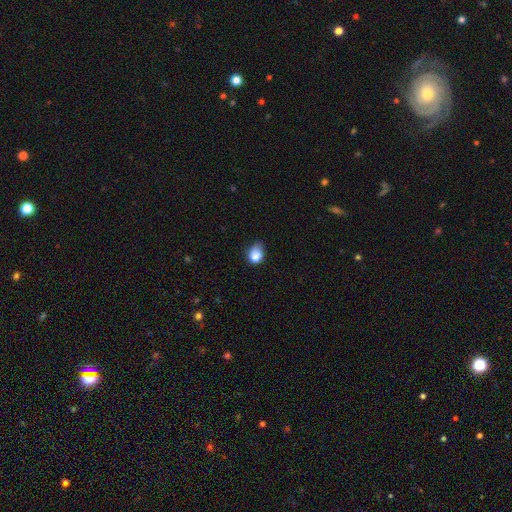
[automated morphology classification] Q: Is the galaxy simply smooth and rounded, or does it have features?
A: smooth — 84%.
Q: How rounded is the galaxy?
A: in between — 51%.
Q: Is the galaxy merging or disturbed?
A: minor disturbance — 44%.